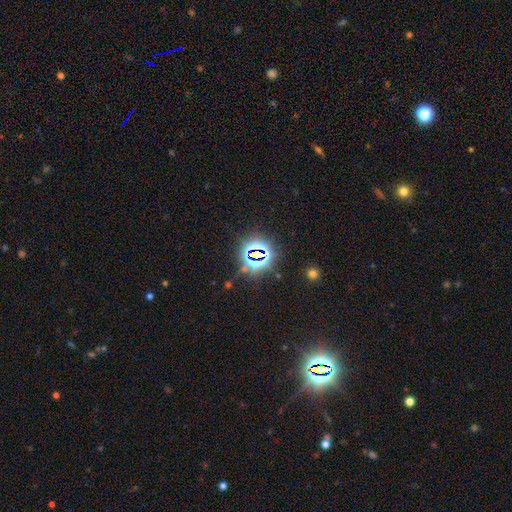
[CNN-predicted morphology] Overall: star or artifact (78%).